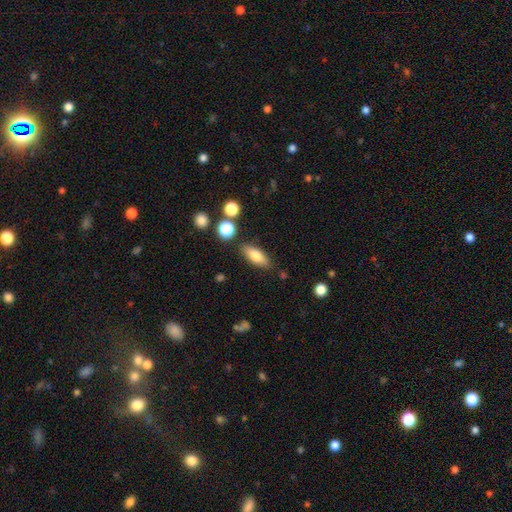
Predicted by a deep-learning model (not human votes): Smooth or featured? smooth (77%)
How rounded? in between (74%)
Merging? none (82%)